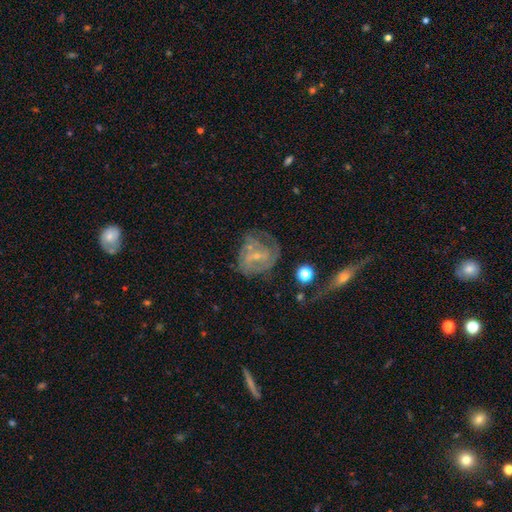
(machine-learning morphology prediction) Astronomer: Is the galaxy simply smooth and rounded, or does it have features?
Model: featured or disk — 74%.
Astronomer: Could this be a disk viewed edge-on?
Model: no — 97%.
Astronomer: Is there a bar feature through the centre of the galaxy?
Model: no — 47% (runner-up: weak, 43%).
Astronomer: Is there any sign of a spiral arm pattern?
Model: yes — 82%.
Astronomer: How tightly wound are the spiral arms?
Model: tight — 47% (runner-up: medium, 38%).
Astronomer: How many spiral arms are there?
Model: can't tell — 40% (runner-up: 2, 27%).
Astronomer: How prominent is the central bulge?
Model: small — 74%.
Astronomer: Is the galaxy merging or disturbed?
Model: none — 46% (runner-up: major disturbance, 23%).